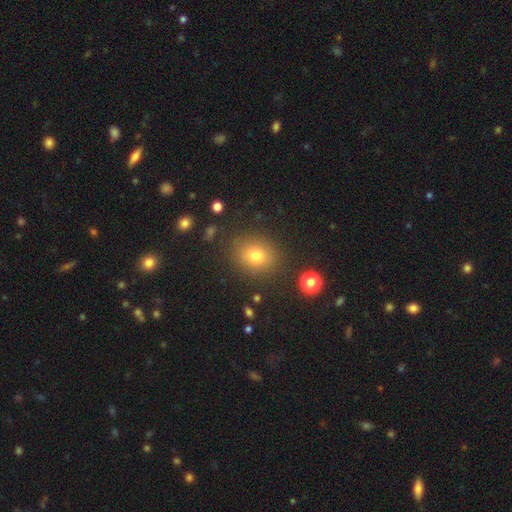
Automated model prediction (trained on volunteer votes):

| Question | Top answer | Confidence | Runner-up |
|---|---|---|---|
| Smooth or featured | smooth | 75% | star or artifact (15%) |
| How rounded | round | 64% | in between (35%) |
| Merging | none | 86% | minor disturbance (9%) |